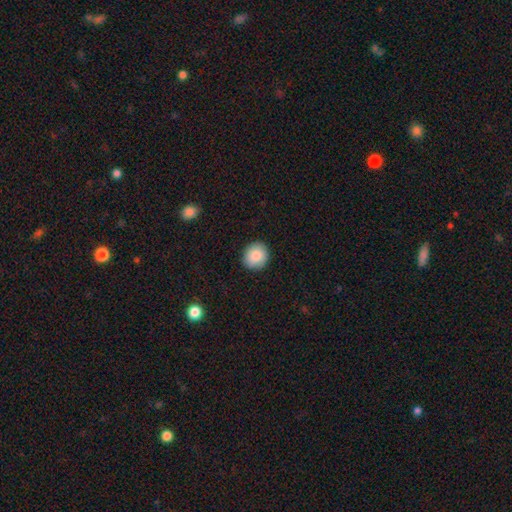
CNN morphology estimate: Smooth or featured? smooth (87%)
How rounded? round (81%)
Merging? none (90%)